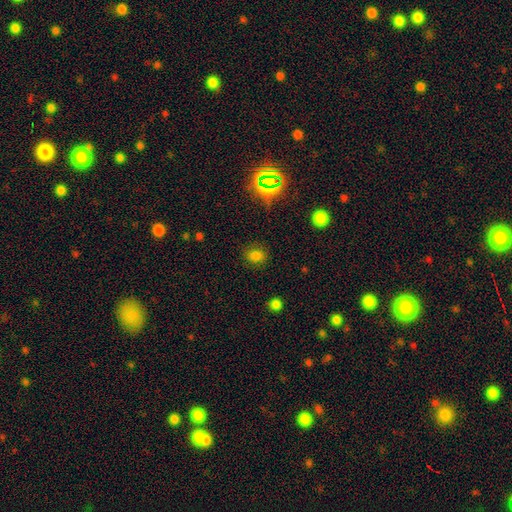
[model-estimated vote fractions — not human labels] Overall: smooth (74%). How rounded: round (53%; in between 46%). Merging: none (81%).